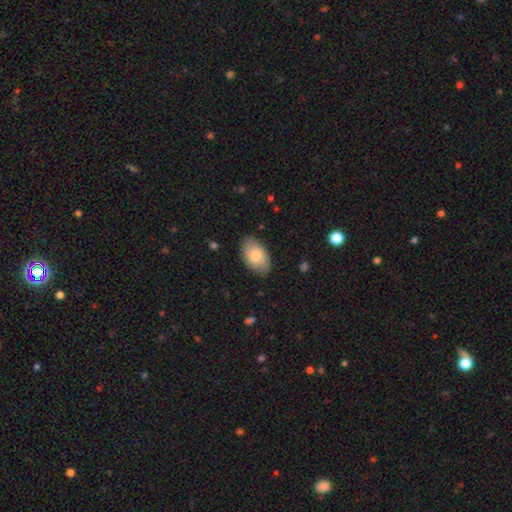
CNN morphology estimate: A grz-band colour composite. It shows a smooth galaxy with no disk features (82%) that is in between round and cigar-shaped (94%). Merging: none (85%).